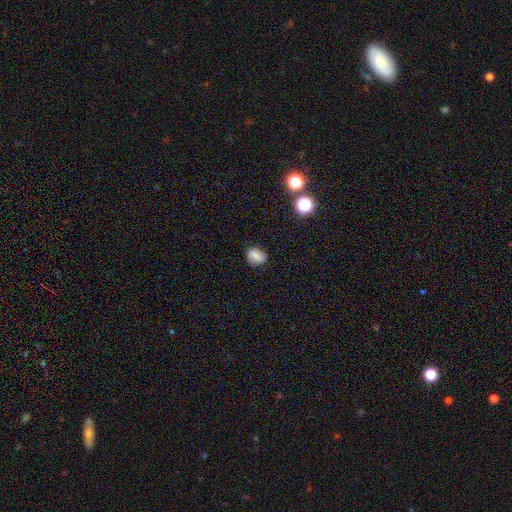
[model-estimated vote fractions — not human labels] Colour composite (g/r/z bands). It shows a smooth galaxy with no disk features (71%) that is in between round and cigar-shaped (51%). Merging: none (79%).